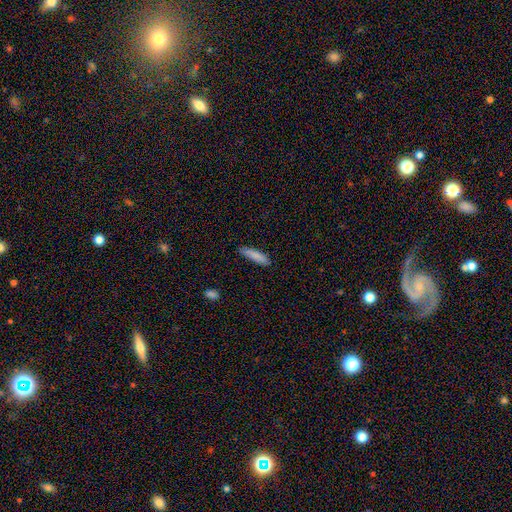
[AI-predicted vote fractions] Q: Smooth or featured?
A: smooth (84%); runner-up: featured or disk (9%)
Q: How rounded?
A: cigar-shaped (74%); runner-up: in between (24%)
Q: Merging?
A: none (80%); runner-up: minor disturbance (16%)